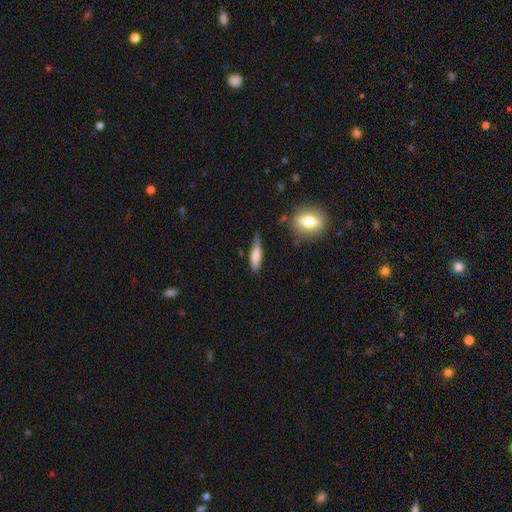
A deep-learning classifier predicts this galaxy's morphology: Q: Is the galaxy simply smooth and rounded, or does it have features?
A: smooth — 74%.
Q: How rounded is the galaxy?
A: cigar-shaped — 74%.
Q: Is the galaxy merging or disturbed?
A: none — 66%.